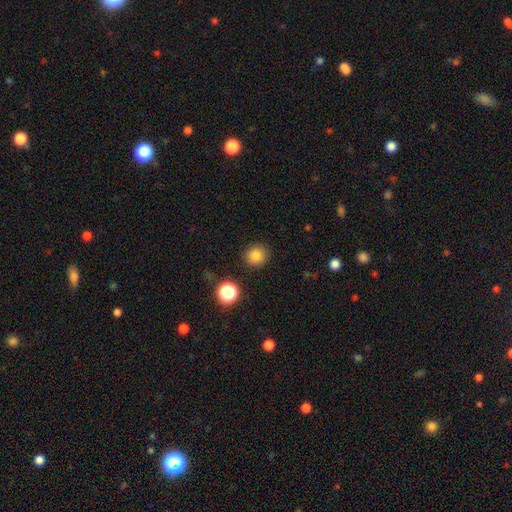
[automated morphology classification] This appears to be a smooth galaxy with no disk features (82%) that is round (90%). Merging: none (89%).